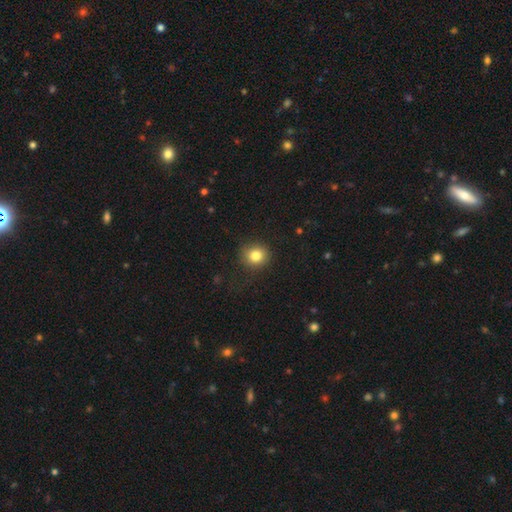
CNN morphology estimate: This appears to be a smooth galaxy with no disk features (82%) that is round (89%). Merging: none (85%).